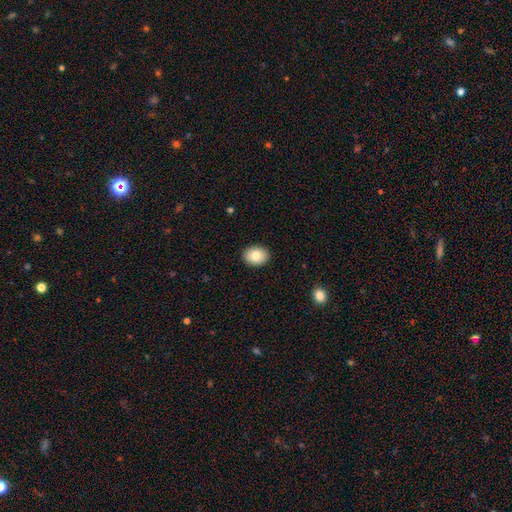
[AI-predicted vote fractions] The model was most divided on "how rounded": in between: 59%, round: 40%, cigar-shaped: 1%. More confident: merging — none (91%); smooth or featured — smooth (83%).